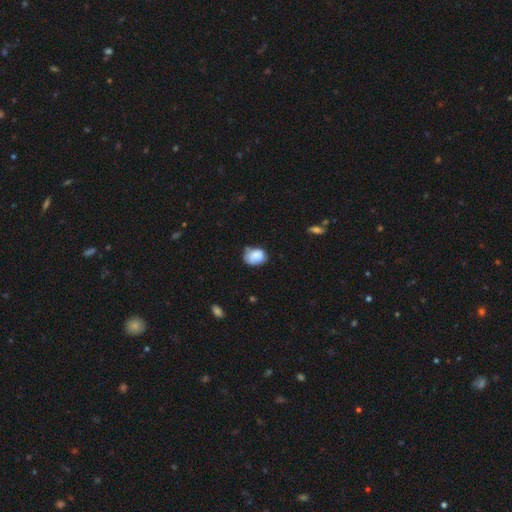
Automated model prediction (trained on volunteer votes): Q: Smooth or featured?
A: smooth (83%); runner-up: featured or disk (9%)
Q: How rounded?
A: in between (64%); runner-up: round (35%)
Q: Merging?
A: none (54%); runner-up: minor disturbance (35%)